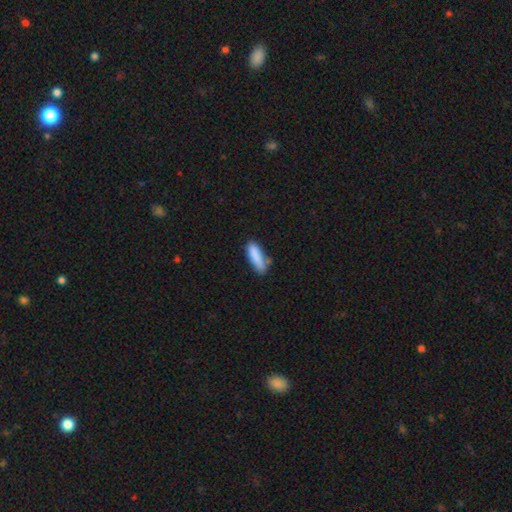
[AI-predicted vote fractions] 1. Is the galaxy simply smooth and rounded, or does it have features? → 86% smooth, 7% featured or disk, 7% star or artifact.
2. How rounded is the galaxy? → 57% cigar-shaped, 41% in between, 2% round.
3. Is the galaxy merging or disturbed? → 64% none, 24% minor disturbance, 7% merger, 5% major disturbance.